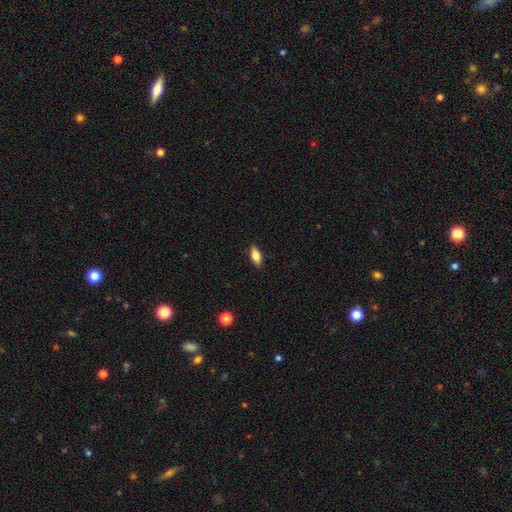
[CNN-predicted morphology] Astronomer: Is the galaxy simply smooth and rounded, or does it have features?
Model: smooth — 79%.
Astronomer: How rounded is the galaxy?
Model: in between — 85%.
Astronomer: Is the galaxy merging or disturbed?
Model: none — 87%.